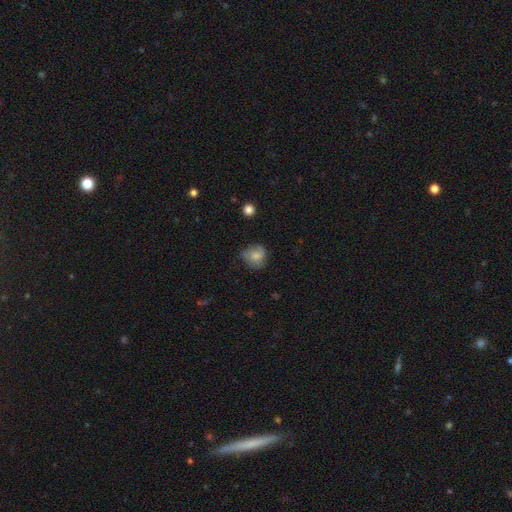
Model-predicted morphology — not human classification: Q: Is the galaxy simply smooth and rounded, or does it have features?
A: smooth — 68%.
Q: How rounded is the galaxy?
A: round — 79%.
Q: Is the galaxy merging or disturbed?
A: none — 59%.